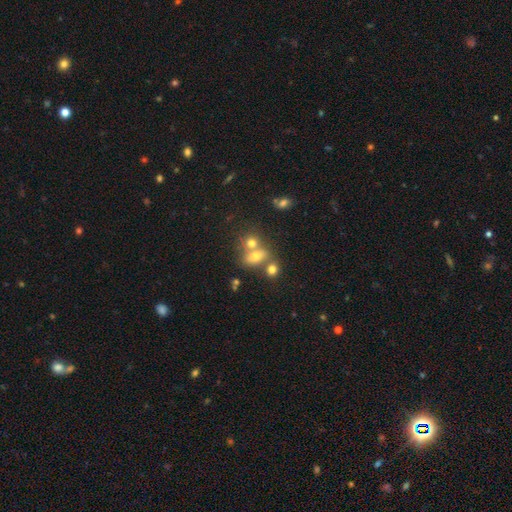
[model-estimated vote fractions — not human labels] Overall: smooth (67%). How rounded: in between (61%; round 35%). Merging: merger (45%; none 38%).